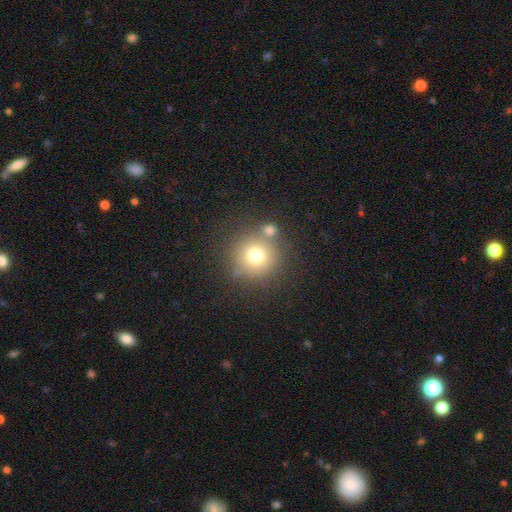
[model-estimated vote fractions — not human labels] Smooth or featured? smooth (73%)
How rounded? round (94%)
Merging? none (71%)